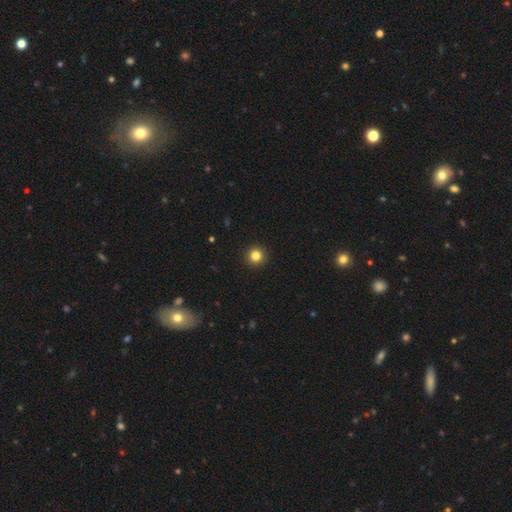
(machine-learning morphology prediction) The model was most divided on "smooth or featured": smooth: 83%, star or artifact: 12%, featured or disk: 5%. More confident: how rounded — round (96%); merging — none (94%).